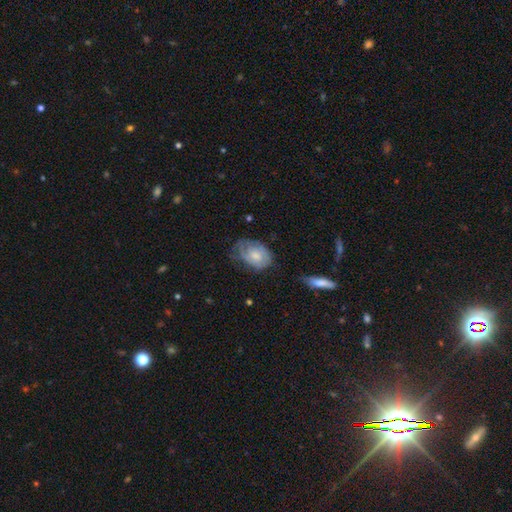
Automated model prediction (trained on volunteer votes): Q: Smooth or featured?
A: smooth (51%); runner-up: featured or disk (43%)
Q: How rounded?
A: in between (81%); runner-up: round (18%)
Q: Merging?
A: none (44%); runner-up: minor disturbance (35%)